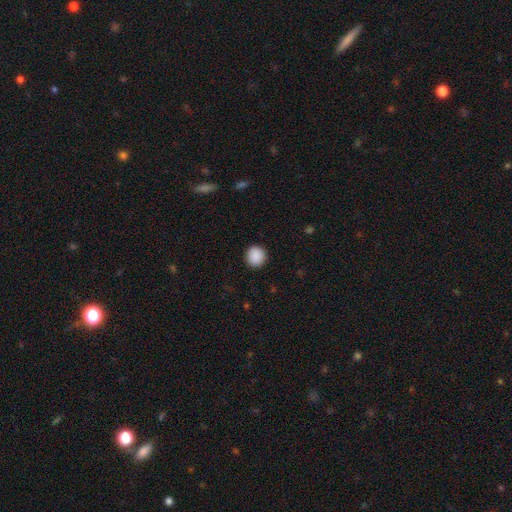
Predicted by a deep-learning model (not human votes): This appears to be a smooth galaxy with no disk features (90%) that is round (90%). Merging: none (92%).